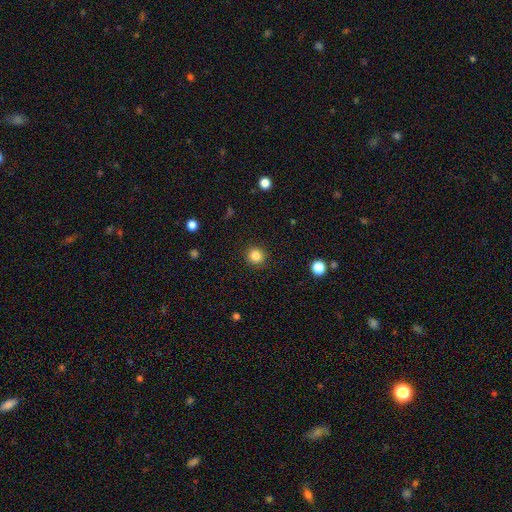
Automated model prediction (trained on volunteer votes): smooth 84%, star or artifact 11%, featured or disk 4%. Down the decision tree: how rounded — round (93%); merging — none (91%).